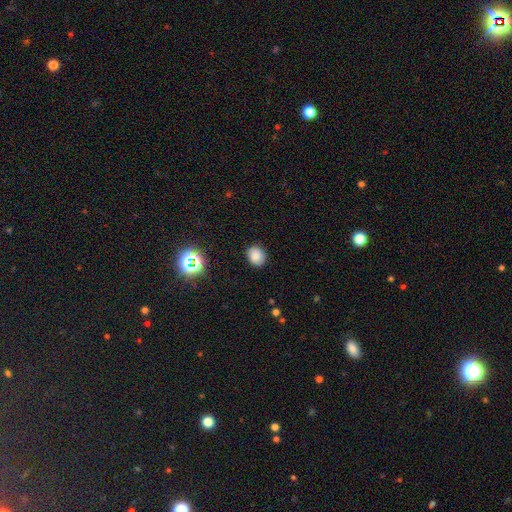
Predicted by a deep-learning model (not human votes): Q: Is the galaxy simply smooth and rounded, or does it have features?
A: smooth — 80%.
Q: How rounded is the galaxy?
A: round — 63%.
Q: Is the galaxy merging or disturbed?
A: none — 85%.